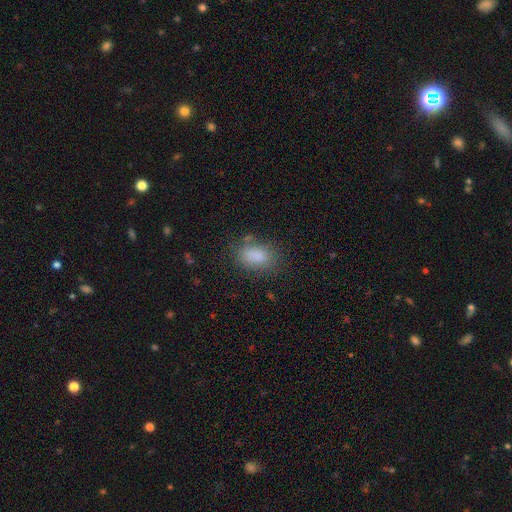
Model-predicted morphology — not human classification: smooth 85%, star or artifact 9%, featured or disk 6%. Down the decision tree: how rounded — in between (84%); merging — none (73%).